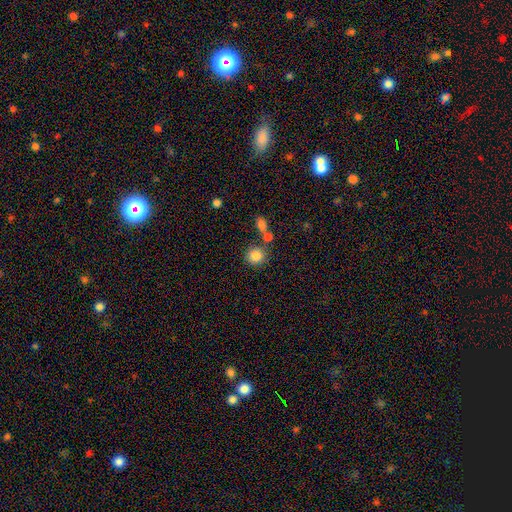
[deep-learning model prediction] A smooth galaxy with no disk features (84%) that is round (88%). Merging: none (70%).